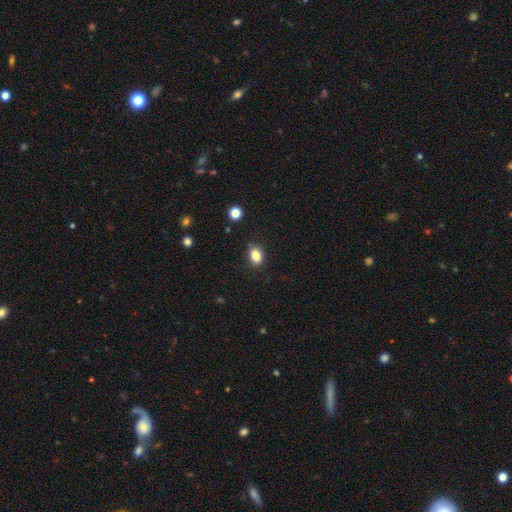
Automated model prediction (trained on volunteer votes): smooth 84%, star or artifact 10%, featured or disk 6%. Down the decision tree: how rounded — in between (76%); merging — none (86%).